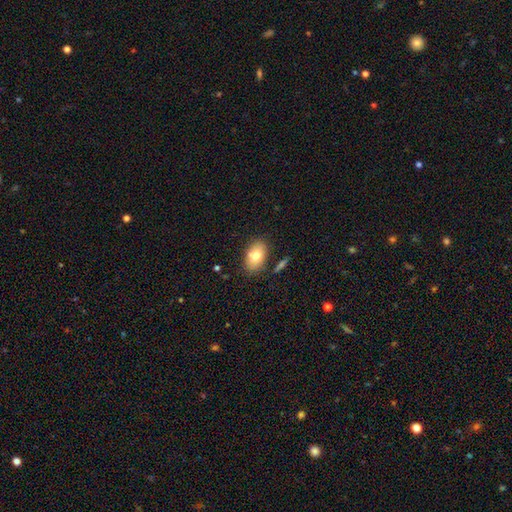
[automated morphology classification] smooth 76%, featured or disk 16%, star or artifact 8%. Down the decision tree: how rounded — in between (88%); merging — none (80%).